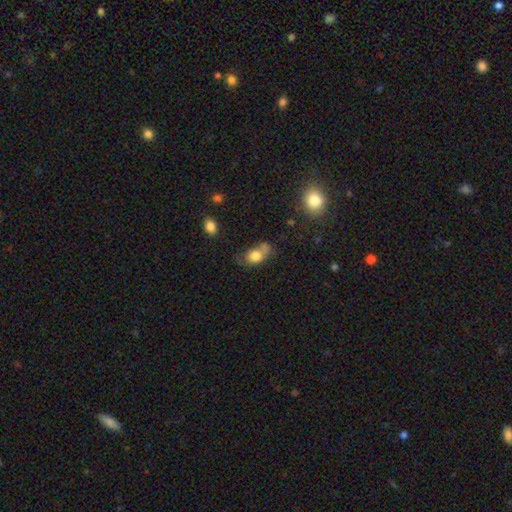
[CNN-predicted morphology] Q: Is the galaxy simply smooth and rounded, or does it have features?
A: smooth — 76%.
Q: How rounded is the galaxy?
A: in between — 63%.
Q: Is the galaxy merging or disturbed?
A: none — 38%.